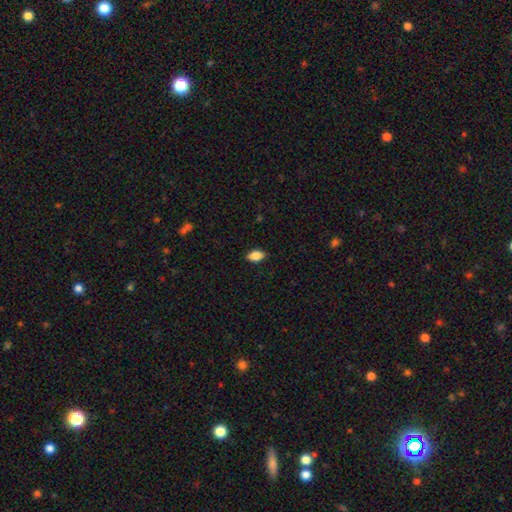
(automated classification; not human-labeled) Overall: smooth (85%). How rounded: in between (90%). Merging: none (87%).